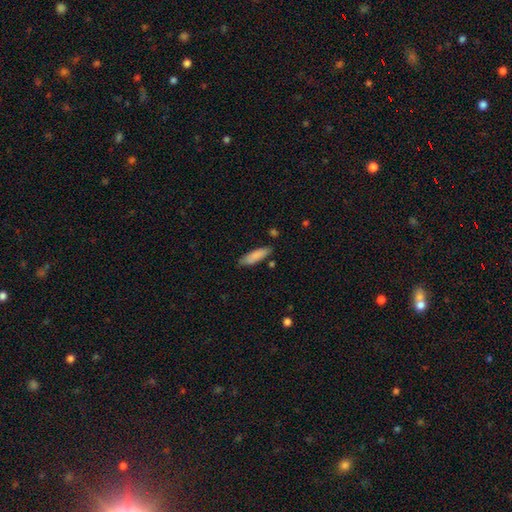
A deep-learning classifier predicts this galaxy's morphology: Q: Smooth or featured?
A: smooth (86%); runner-up: featured or disk (8%)
Q: How rounded?
A: cigar-shaped (56%); runner-up: in between (42%)
Q: Merging?
A: none (81%); runner-up: minor disturbance (14%)